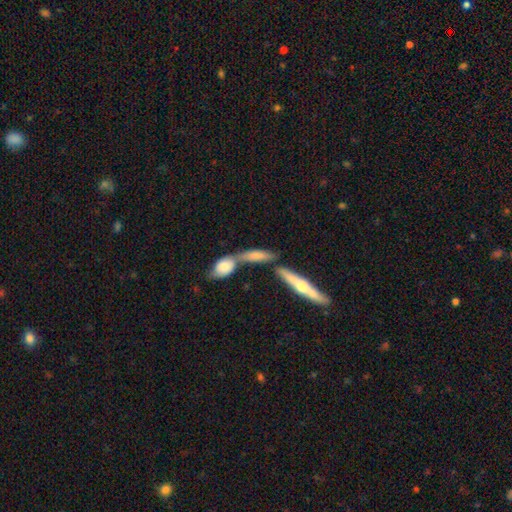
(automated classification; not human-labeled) Smooth or featured?
  - smooth: 63% *
  - featured or disk: 29%
  - star or artifact: 7%
How rounded?
  - cigar-shaped: 57% *
  - in between: 39%
  - round: 4%
Merging?
  - merger: 45% *
  - none: 39%
  - minor disturbance: 11%
  - major disturbance: 5%